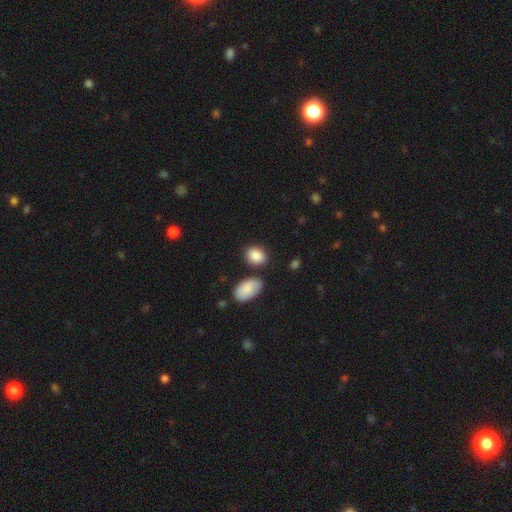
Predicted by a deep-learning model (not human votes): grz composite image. It shows a smooth galaxy with no disk features (88%) that is in between round and cigar-shaped (76%). Merging: none (74%).